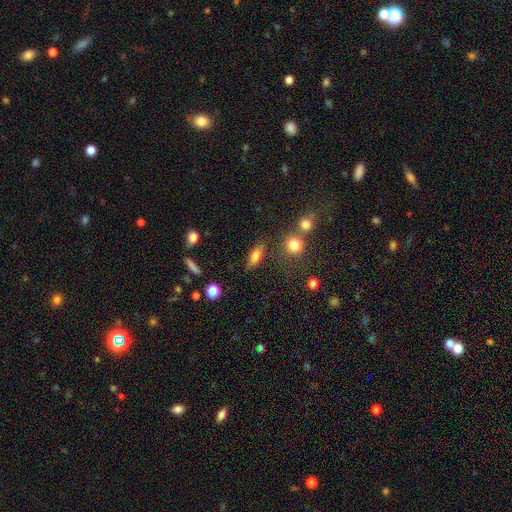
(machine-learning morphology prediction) Smooth or featured?
  - smooth: 76% *
  - featured or disk: 14%
  - star or artifact: 10%
How rounded?
  - in between: 69% *
  - cigar-shaped: 23%
  - round: 8%
Merging?
  - none: 75% *
  - minor disturbance: 14%
  - merger: 6%
  - major disturbance: 5%